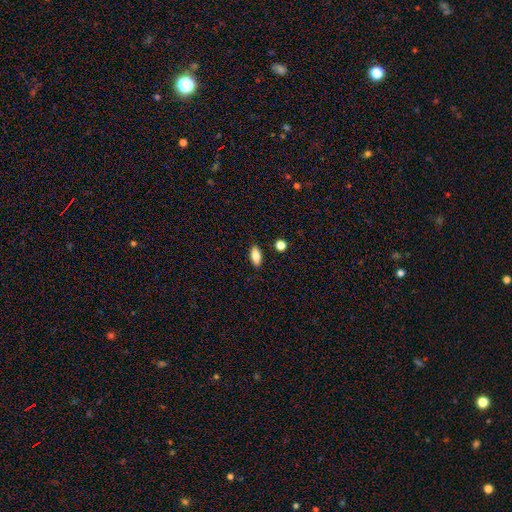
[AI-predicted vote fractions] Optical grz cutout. It shows a smooth galaxy with no disk features (83%) that is in between round and cigar-shaped (88%). Merging: none (87%).